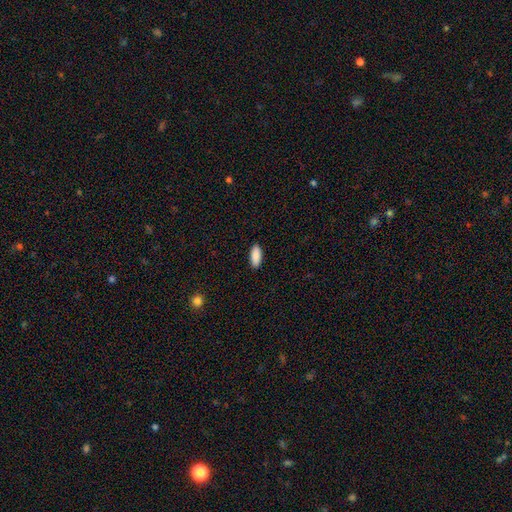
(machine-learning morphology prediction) This appears to be a smooth galaxy with no disk features (90%) that is in between round and cigar-shaped (82%). Merging: none (90%).